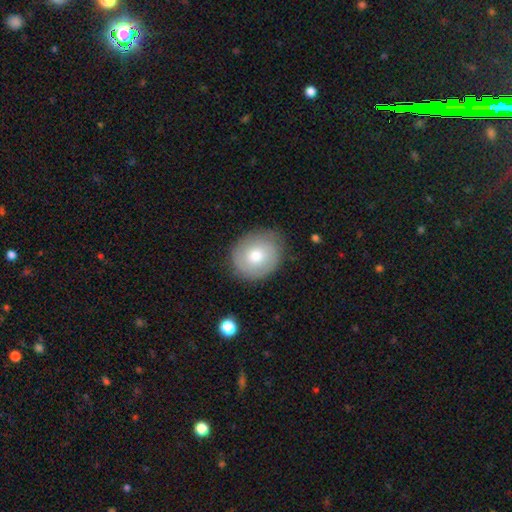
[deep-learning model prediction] This appears to be a smooth galaxy with no disk features (62%) that is round (69%). Merging: none (80%).